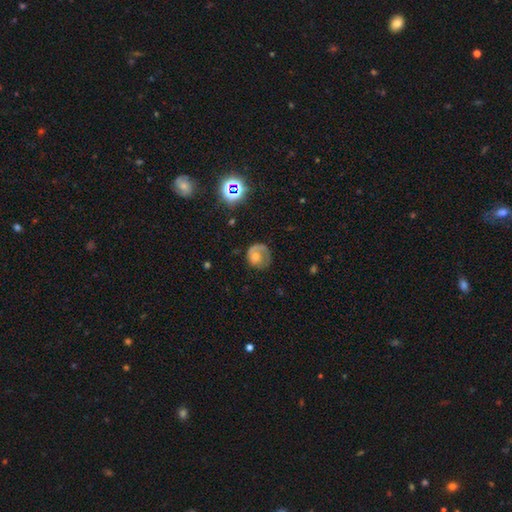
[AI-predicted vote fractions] Morphology: type=featured or disk (53%); edge-on=no (97%); bar=no (83%); spiral arms=yes (66%); bulge=moderate (52%); merging=none (55%).